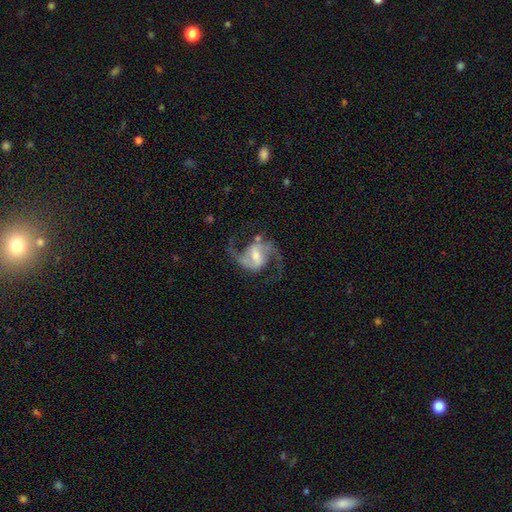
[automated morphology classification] Smooth or featured? featured or disk (91%)
Edge-on disk? no (98%)
Bar? weak (50%)
Spiral arms? yes (98%)
Spiral winding? medium (50%)
Spiral arm count? 2 (94%)
Bulge size? moderate (48%)
Merging? none (74%)